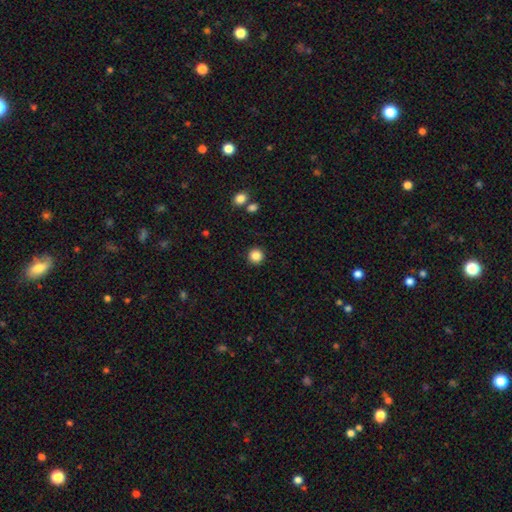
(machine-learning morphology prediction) This appears to be a smooth galaxy with no disk features (86%) that is round (95%). Merging: none (92%).